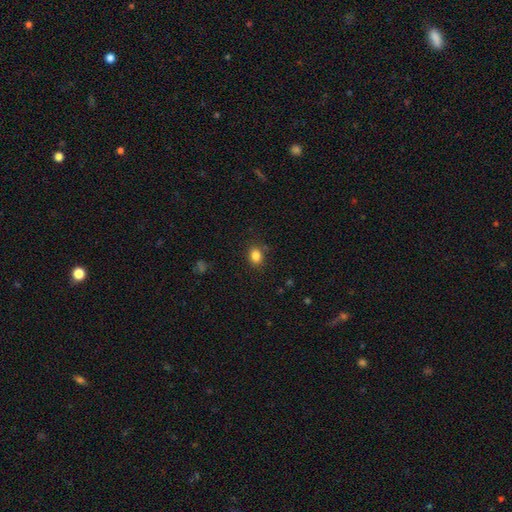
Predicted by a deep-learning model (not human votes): A smooth galaxy with no disk features (84%) that is in between round and cigar-shaped (52%).

Vote fractions:
- Smooth or featured? smooth: 84% / star or artifact: 11% / featured or disk: 5%
- How rounded? in between: 52% / round: 47% / cigar-shaped: 1%
- Merging? none: 83% / minor disturbance: 11% / major disturbance: 3% / merger: 2%